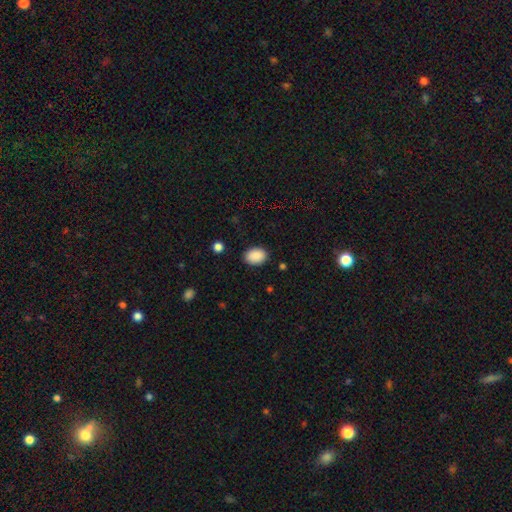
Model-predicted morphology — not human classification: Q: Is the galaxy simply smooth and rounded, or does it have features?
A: smooth — 89%.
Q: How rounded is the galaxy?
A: in between — 80%.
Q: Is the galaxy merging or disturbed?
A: none — 87%.